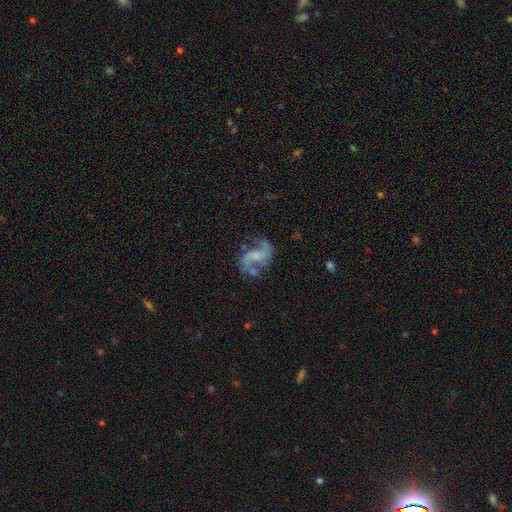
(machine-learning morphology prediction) Smooth or featured?
  - featured or disk: 82% *
  - smooth: 10%
  - star or artifact: 7%
Edge-on disk?
  - no: 98% *
  - yes: 2%
Bar?
  - no: 47% *
  - weak: 39%
  - strong: 14%
Spiral arms?
  - yes: 92% *
  - no: 8%
Spiral winding?
  - loose: 64% *
  - medium: 30%
  - tight: 6%
Spiral arm count?
  - 2: 89% *
  - 1: 4%
  - can't tell: 4%
  - 3: 2%
  - 4: 1%
  - more than 4: 1%
Bulge size?
  - small: 41% *
  - none: 32%
  - moderate: 22%
  - large: 3%
  - dominant: 1%
Merging?
  - none: 56% *
  - minor disturbance: 20%
  - major disturbance: 17%
  - merger: 7%